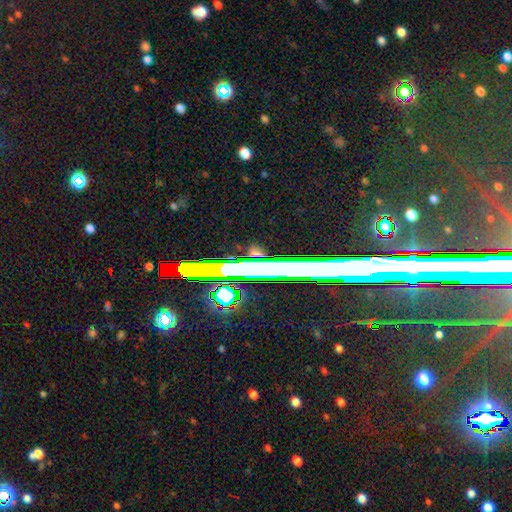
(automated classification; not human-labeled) Q: Smooth or featured?
A: star or artifact (58%); runner-up: smooth (24%)